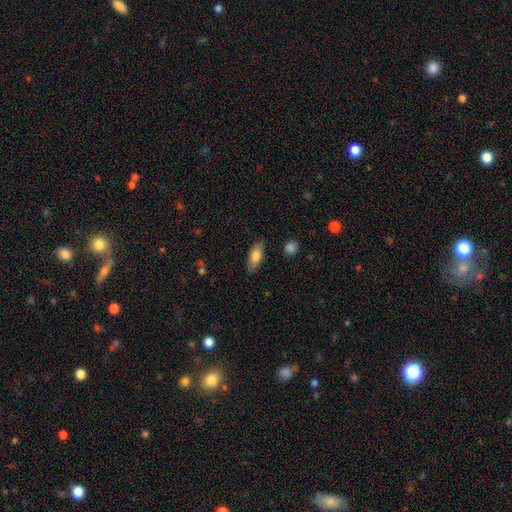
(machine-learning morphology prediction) Q: Smooth or featured?
A: smooth (78%); runner-up: featured or disk (15%)
Q: How rounded?
A: in between (78%); runner-up: cigar-shaped (19%)
Q: Merging?
A: none (86%); runner-up: minor disturbance (11%)